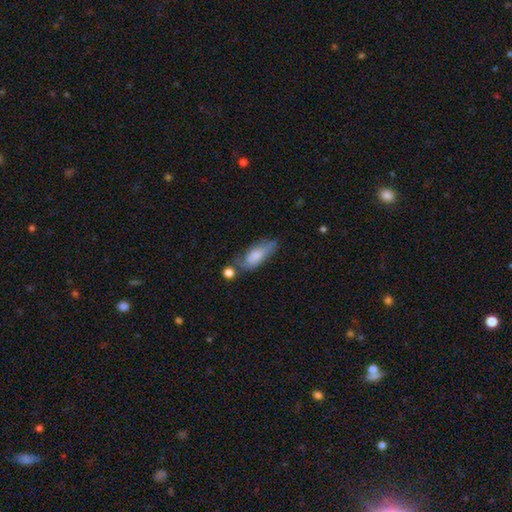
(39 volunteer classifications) Morphology: type=smooth (69%); roundness=in between (85%); merging=none (43%).